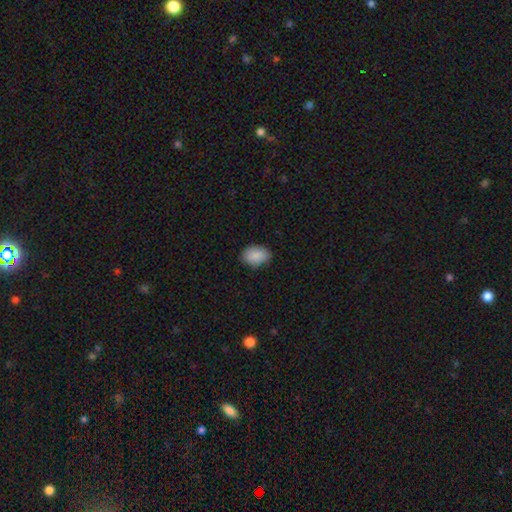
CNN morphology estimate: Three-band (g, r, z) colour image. It shows a smooth galaxy with no disk features (89%) that is in between round and cigar-shaped (83%). Merging: none (83%).